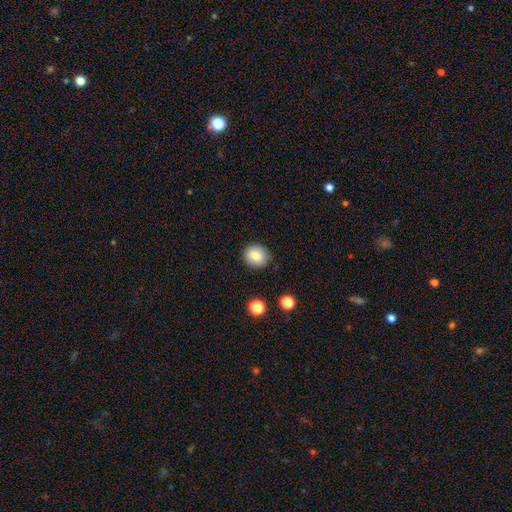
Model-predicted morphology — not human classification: smooth 82%, star or artifact 10%, featured or disk 9%. Down the decision tree: how rounded — round (80%); merging — none (84%).